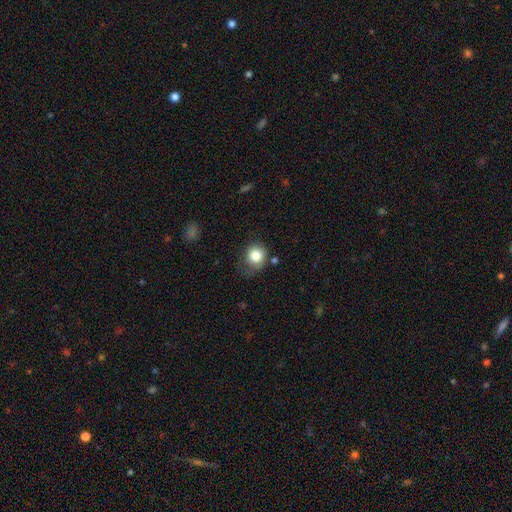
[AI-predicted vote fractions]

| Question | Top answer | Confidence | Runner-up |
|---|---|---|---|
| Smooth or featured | smooth | 82% | star or artifact (10%) |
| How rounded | round | 73% | in between (26%) |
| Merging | none | 54% | minor disturbance (30%) |